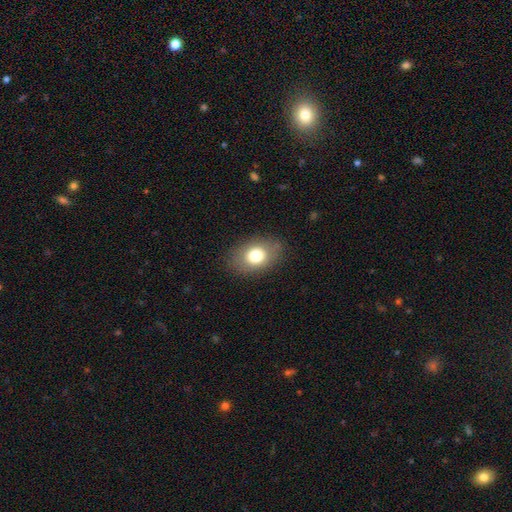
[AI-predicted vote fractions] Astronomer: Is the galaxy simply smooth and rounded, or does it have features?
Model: smooth — 75%.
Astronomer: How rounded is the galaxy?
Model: in between — 75%.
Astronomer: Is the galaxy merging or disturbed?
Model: none — 84%.